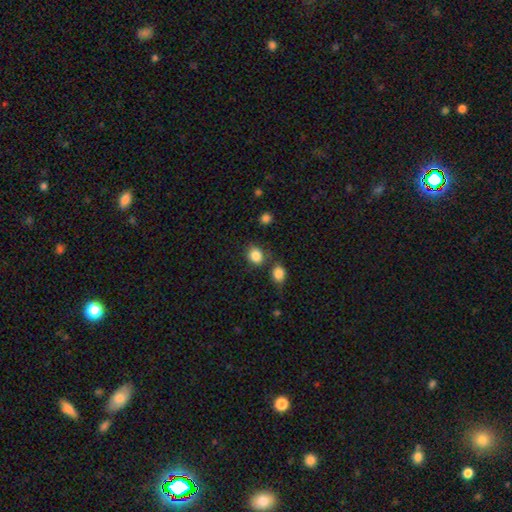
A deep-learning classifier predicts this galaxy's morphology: Smooth or featured?
  - smooth: 86% *
  - star or artifact: 10%
  - featured or disk: 4%
How rounded?
  - round: 57% *
  - in between: 42%
  - cigar-shaped: 1%
Merging?
  - none: 70% *
  - merger: 13%
  - minor disturbance: 12%
  - major disturbance: 4%